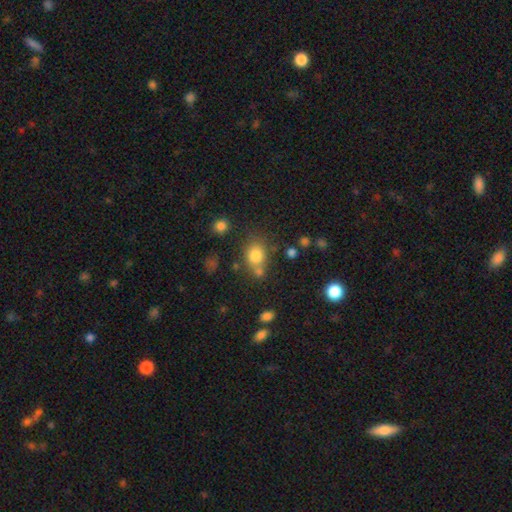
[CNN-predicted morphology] Smooth or featured? Predicted: smooth (p=0.79). How rounded? Predicted: round (p=0.59). Merging? Predicted: none (p=0.57).